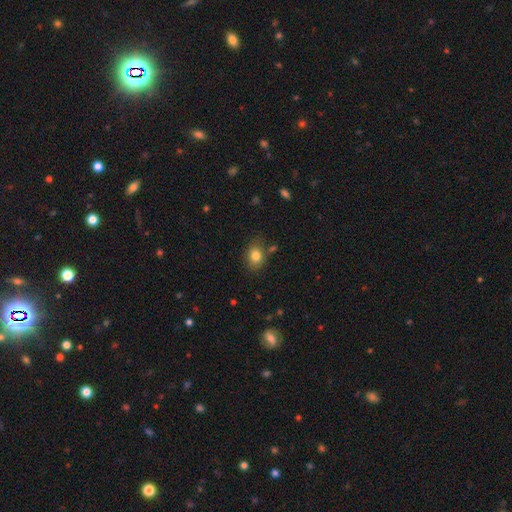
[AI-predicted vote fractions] The model was most divided on "how rounded": in between: 65%, round: 34%, cigar-shaped: 1%. More confident: smooth or featured — smooth (81%); merging — none (74%).